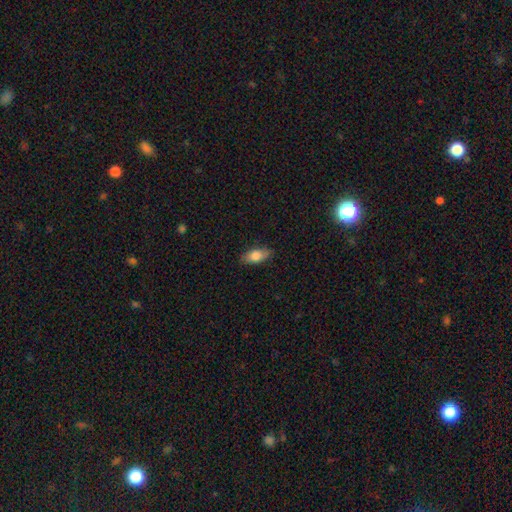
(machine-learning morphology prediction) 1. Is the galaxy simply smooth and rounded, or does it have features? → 79% smooth, 14% featured or disk, 7% star or artifact.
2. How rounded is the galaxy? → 85% in between, 11% cigar-shaped, 4% round.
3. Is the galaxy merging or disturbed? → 83% none, 13% minor disturbance, 3% major disturbance, 1% merger.